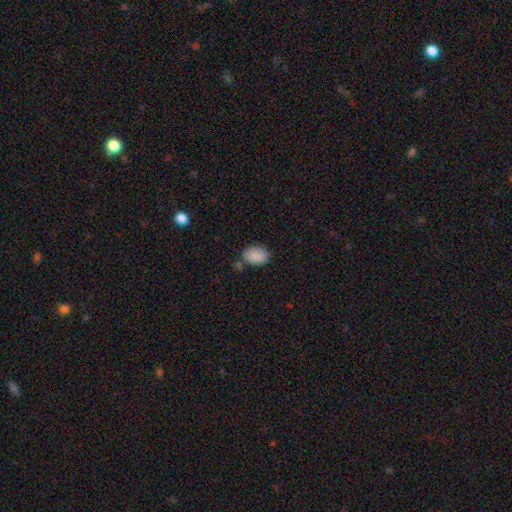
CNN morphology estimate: A smooth galaxy with no disk features (88%) that is in between round and cigar-shaped (85%).

Vote fractions:
- Smooth or featured? smooth: 88% / star or artifact: 8% / featured or disk: 4%
- How rounded? in between: 85% / round: 14% / cigar-shaped: 1%
- Merging? none: 62% / minor disturbance: 20% / merger: 13% / major disturbance: 5%